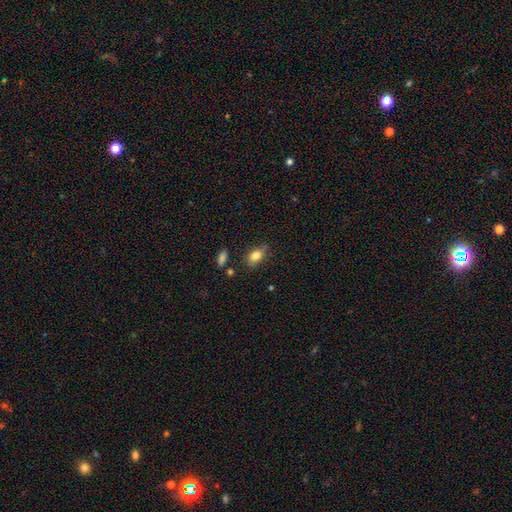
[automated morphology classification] A smooth galaxy with no disk features (81%) that is in between round and cigar-shaped (84%).

Vote fractions:
- Smooth or featured? smooth: 81% / featured or disk: 10% / star or artifact: 8%
- How rounded? in between: 84% / round: 12% / cigar-shaped: 3%
- Merging? none: 75% / minor disturbance: 18% / major disturbance: 4% / merger: 4%